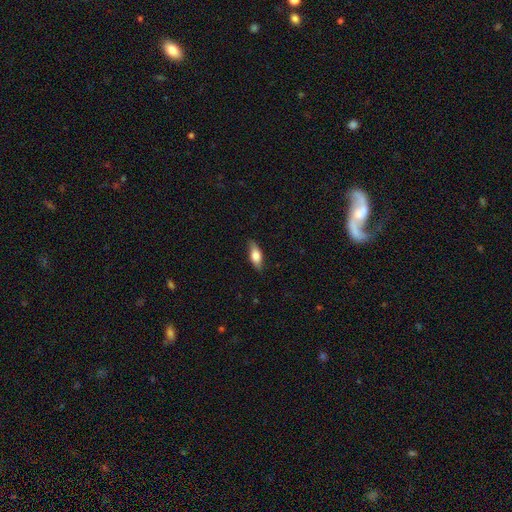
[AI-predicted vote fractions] Smooth or featured?
  - smooth: 70% *
  - featured or disk: 24%
  - star or artifact: 6%
How rounded?
  - in between: 72% *
  - cigar-shaped: 24%
  - round: 3%
Merging?
  - none: 83% *
  - minor disturbance: 14%
  - major disturbance: 3%
  - merger: 1%